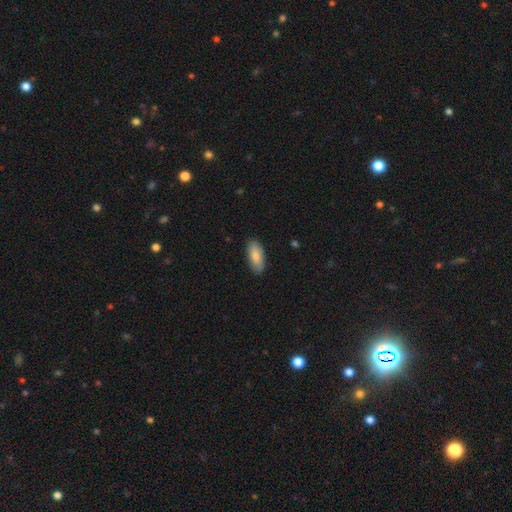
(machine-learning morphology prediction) Overall: smooth (84%). How rounded: in between (87%). Merging: none (87%).